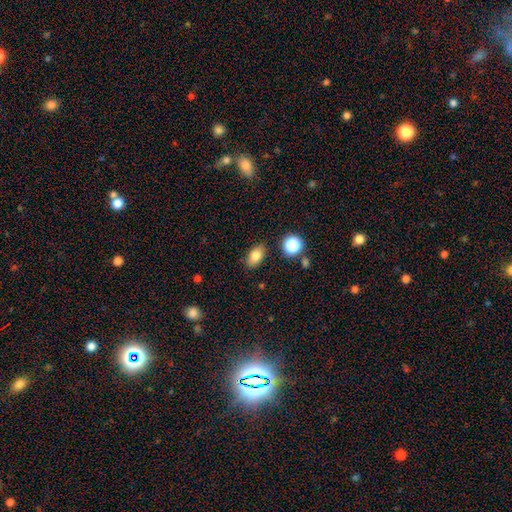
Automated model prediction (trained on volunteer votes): Overall: smooth (80%). How rounded: in between (84%). Merging: none (84%).